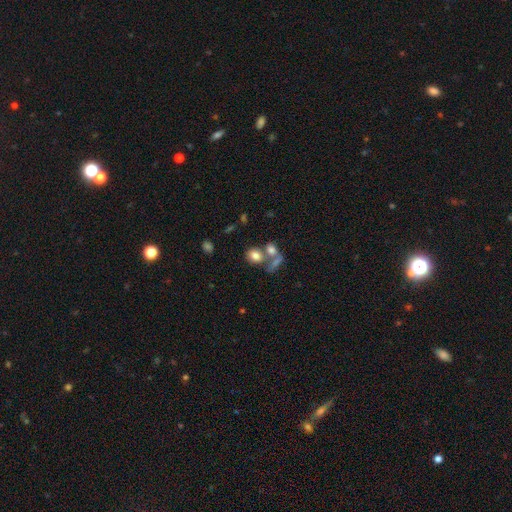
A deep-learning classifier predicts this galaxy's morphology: Smooth or featured?
  - smooth: 75% *
  - featured or disk: 14%
  - star or artifact: 11%
How rounded?
  - in between: 49% * (tied)
  - round: 49% * (tied)
  - cigar-shaped: 1%
Merging?
  - merger: 42% *
  - none: 40%
  - minor disturbance: 10%
  - major disturbance: 8%